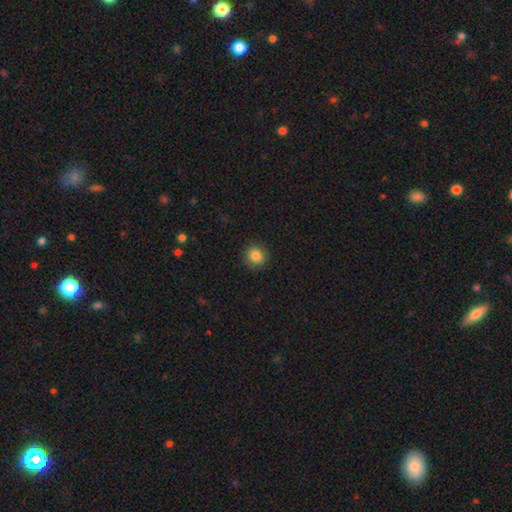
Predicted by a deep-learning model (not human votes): Overall: smooth (85%). How rounded: round (92%). Merging: none (90%).